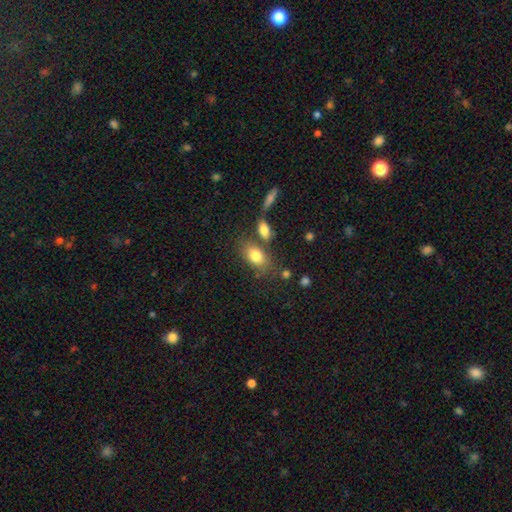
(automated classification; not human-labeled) This is likely a smooth galaxy (80%). How rounded: clearly in between (83%). Merging: likely none (62%).